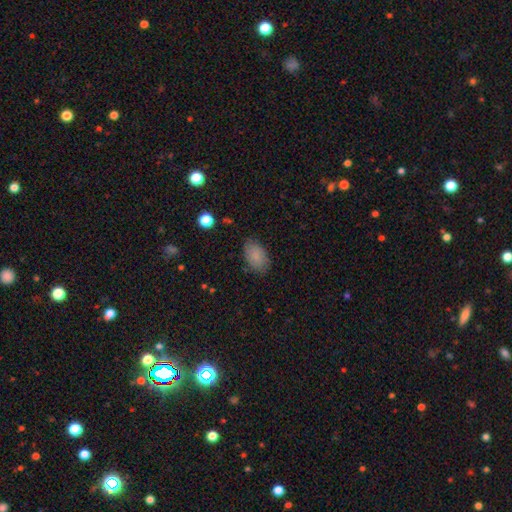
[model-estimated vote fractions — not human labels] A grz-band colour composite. It shows a smooth galaxy with no disk features (82%) that is in between round and cigar-shaped (91%). Merging: none (79%).